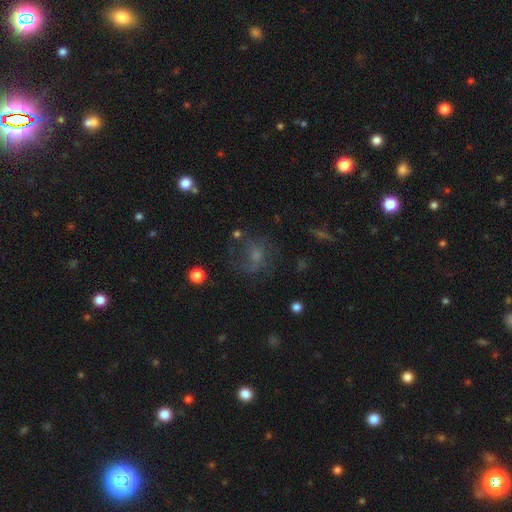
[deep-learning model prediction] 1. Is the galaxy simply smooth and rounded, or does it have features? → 39% featured or disk (tied), 39% smooth (tied), 22% star or artifact.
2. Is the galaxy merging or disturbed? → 49% none, 27% major disturbance, 20% minor disturbance, 4% merger.